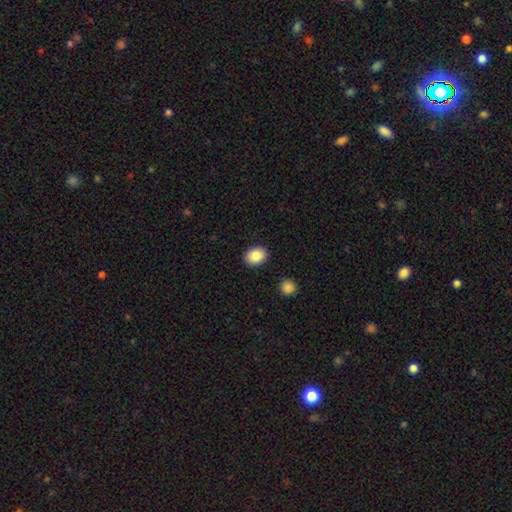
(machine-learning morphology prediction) Q: Smooth or featured?
A: smooth (86%); runner-up: star or artifact (8%)
Q: How rounded?
A: in between (61%); runner-up: round (38%)
Q: Merging?
A: none (89%); runner-up: minor disturbance (7%)